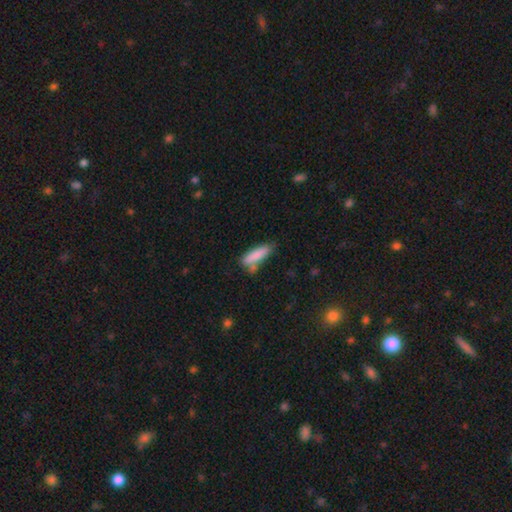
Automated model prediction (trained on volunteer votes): Smooth or featured? smooth (83%)
How rounded? cigar-shaped (58%)
Merging? none (54%)